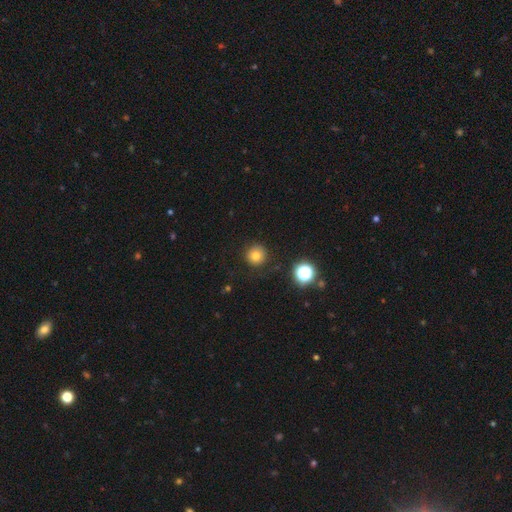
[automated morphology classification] type=smooth (77%); roundness=round (95%); merging=none (89%).